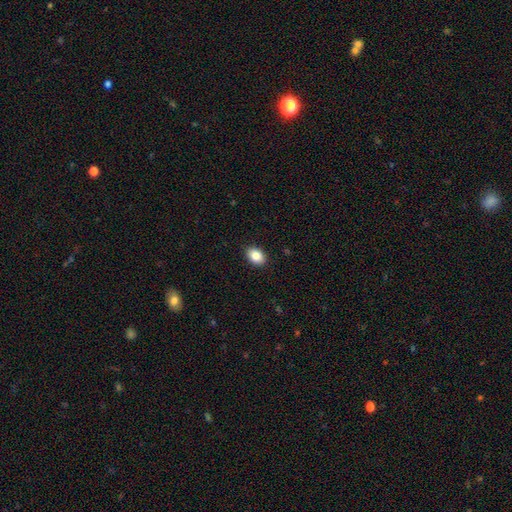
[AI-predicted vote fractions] A smooth galaxy with no disk features (87%) that is in between round and cigar-shaped (78%).

Vote fractions:
- Smooth or featured? smooth: 87% / star or artifact: 8% / featured or disk: 5%
- How rounded? in between: 78% / round: 21% / cigar-shaped: 1%
- Merging? none: 90% / minor disturbance: 7% / major disturbance: 2% / merger: 1%